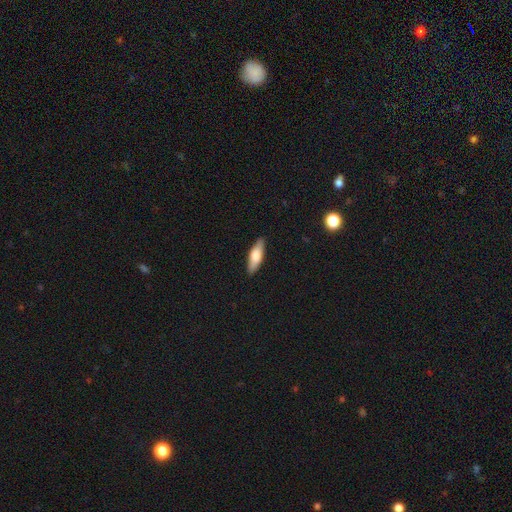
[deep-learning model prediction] A smooth galaxy with no disk features (69%) that is cigar-shaped (49%).

Vote fractions:
- Smooth or featured? smooth: 69% / featured or disk: 25% / star or artifact: 6%
- How rounded? cigar-shaped: 49% / in between: 48% / round: 2%
- Merging? none: 88% / minor disturbance: 9% / major disturbance: 2% / merger: 1%